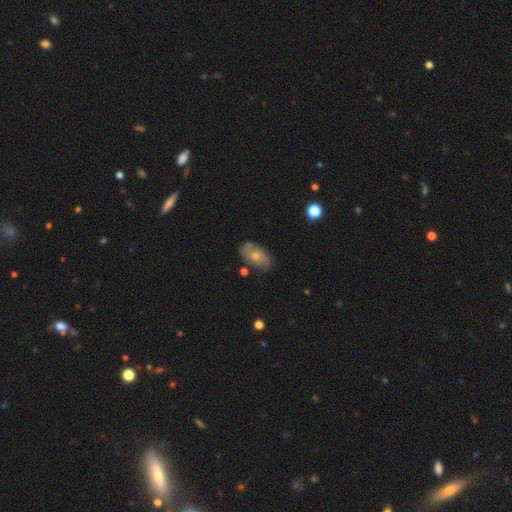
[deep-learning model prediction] Q: Smooth or featured?
A: featured or disk (55%); runner-up: smooth (37%)
Q: Edge-on disk?
A: no (94%); runner-up: yes (6%)
Q: Bar?
A: no (74%); runner-up: weak (23%)
Q: Spiral arms?
A: yes (78%); runner-up: no (22%)
Q: Bulge size?
A: moderate (52%); runner-up: small (38%)
Q: Merging?
A: none (68%); runner-up: minor disturbance (22%)